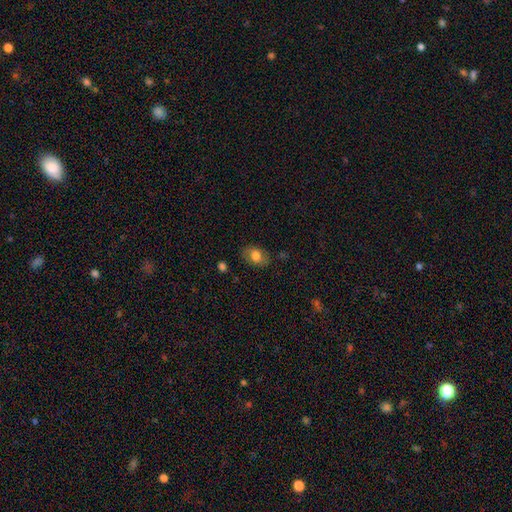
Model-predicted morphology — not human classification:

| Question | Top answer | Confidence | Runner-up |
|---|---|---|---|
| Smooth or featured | smooth | 77% | featured or disk (15%) |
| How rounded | in between | 81% | round (18%) |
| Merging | none | 79% | minor disturbance (15%) |